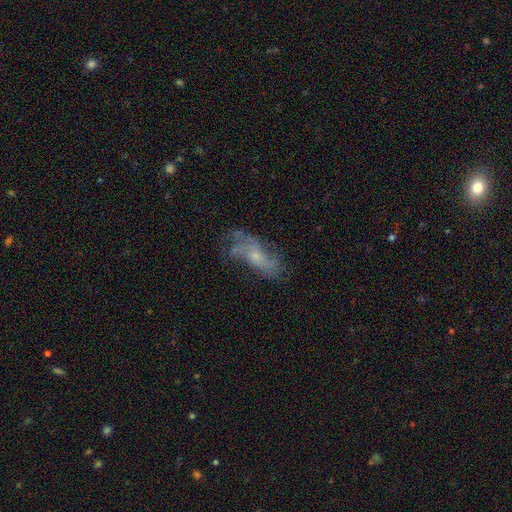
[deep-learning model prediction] Smooth or featured? featured or disk (61%)
Edge-on disk? no (89%)
Bar? no (77%)
Spiral arms? yes (65%)
Bulge size? small (62%)
Merging? none (49%)